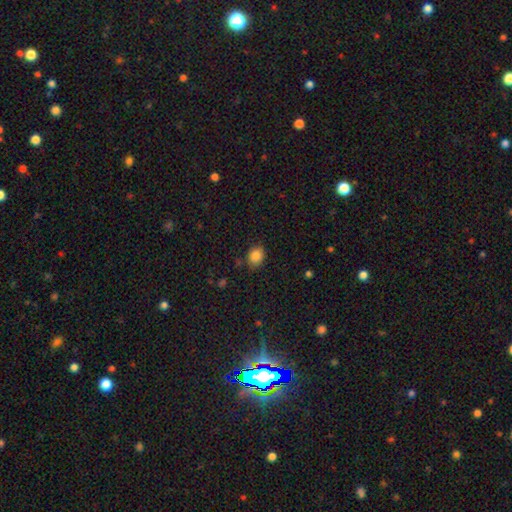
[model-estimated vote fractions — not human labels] This is clearly a smooth galaxy (86%). How rounded: possibly round (52%). Merging: clearly none (82%).